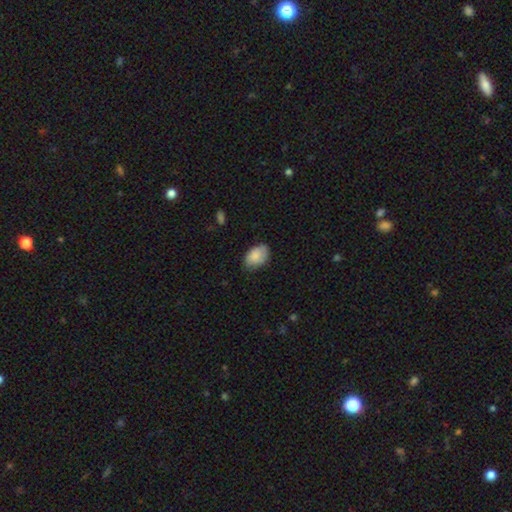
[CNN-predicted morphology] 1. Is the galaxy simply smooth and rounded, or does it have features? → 84% smooth, 9% featured or disk, 6% star or artifact.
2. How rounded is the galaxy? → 88% in between, 11% round, 1% cigar-shaped.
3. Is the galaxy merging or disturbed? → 72% none, 23% minor disturbance, 4% major disturbance, 1% merger.